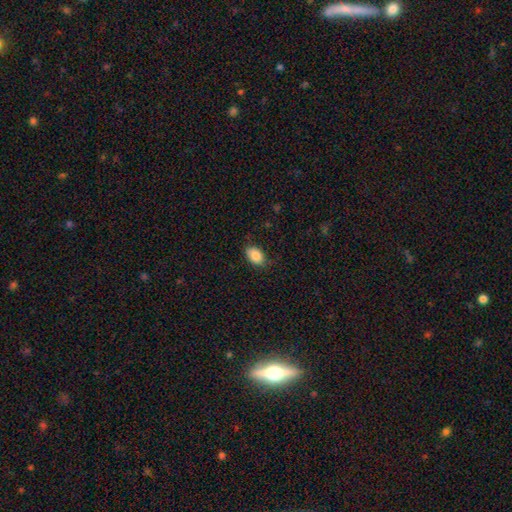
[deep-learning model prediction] smooth-or-featured: smooth: 85% | featured or disk: 8% | star or artifact: 8%
  how-rounded: in between: 87% | round: 12% | cigar-shaped: 1%
  merging: none: 79% | minor disturbance: 16% | major disturbance: 3% | merger: 1%